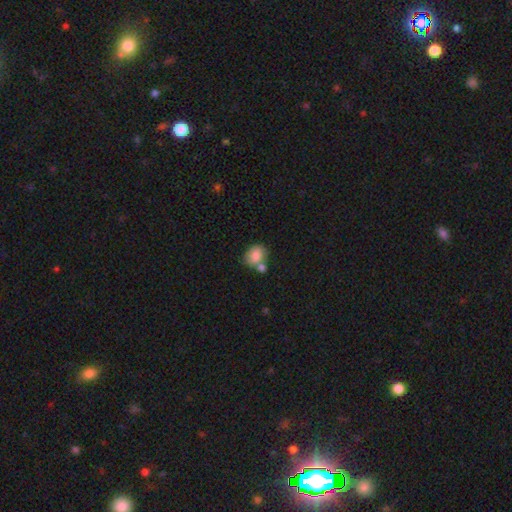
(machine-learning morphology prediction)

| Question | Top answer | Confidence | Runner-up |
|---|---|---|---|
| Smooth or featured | smooth | 83% | featured or disk (9%) |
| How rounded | in between | 58% | round (41%) |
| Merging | none | 47% | merger (33%) |